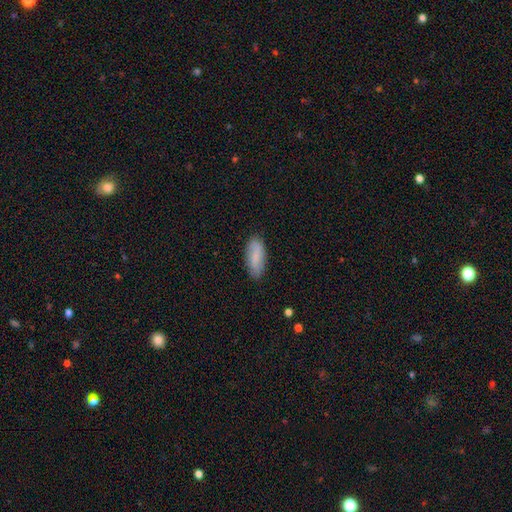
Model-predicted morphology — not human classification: smooth-or-featured: smooth: 80% | featured or disk: 14% | star or artifact: 6%
  how-rounded: in between: 78% | cigar-shaped: 20% | round: 2%
  merging: none: 84% | minor disturbance: 12% | major disturbance: 2% | merger: 1%